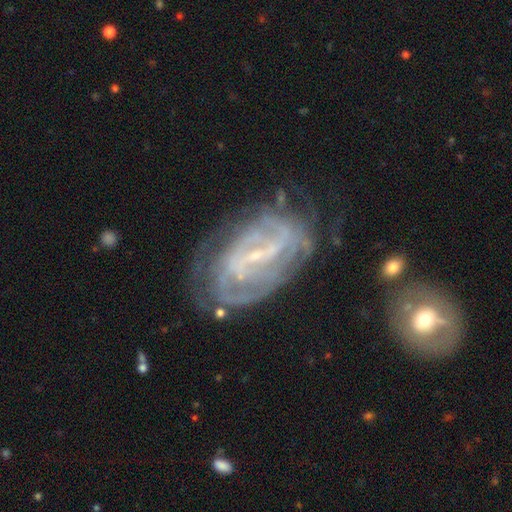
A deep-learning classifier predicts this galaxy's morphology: This is clearly a featured or disk galaxy (85%). It is clearly not viewed edge-on (96%). Bar: marginally weak (43%). Spiral arm pattern: clearly yes (90%). Spiral arm count: marginally can't tell (40%). Spiral winding: possibly tight (57%). Central bulge: likely small (75%). Merging: likely none (61%).